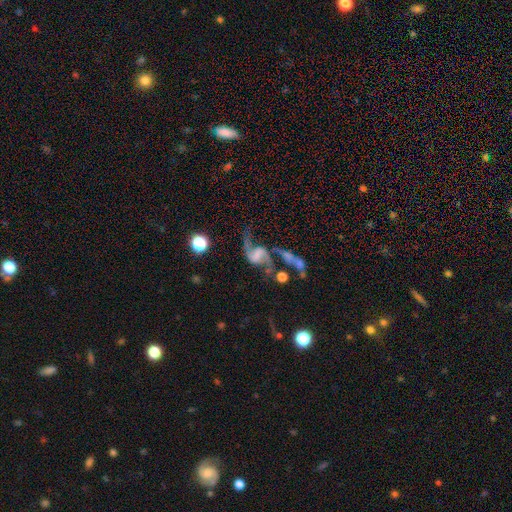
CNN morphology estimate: A featured or disk galaxy (79%) with a weak bar (41%), 2 (88%) loose (78%) spiral arms (91%) and no central bulge (56%). Merging: none (42%).